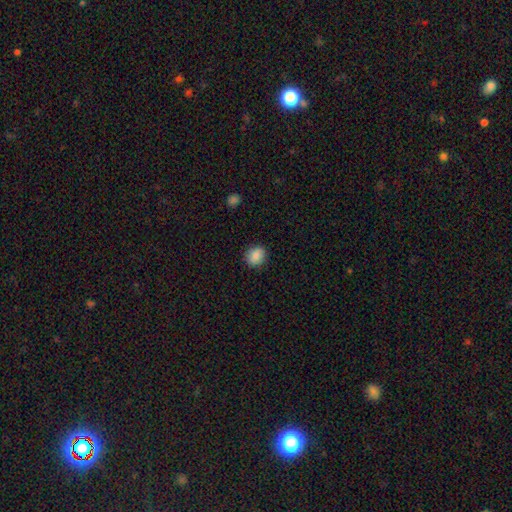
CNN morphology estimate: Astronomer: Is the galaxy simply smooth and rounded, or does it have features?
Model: smooth — 86%.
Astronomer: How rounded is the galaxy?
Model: round — 70%.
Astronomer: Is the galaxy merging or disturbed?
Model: none — 89%.